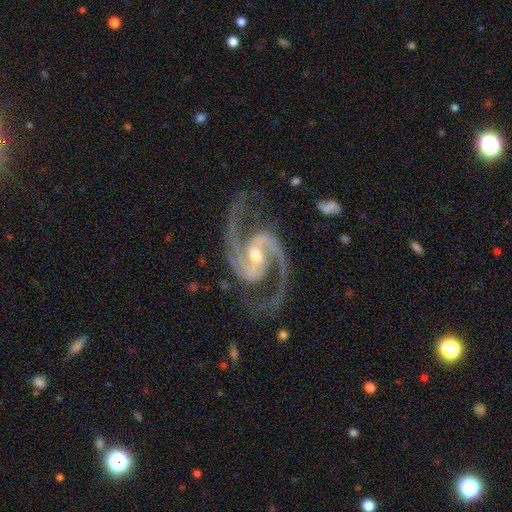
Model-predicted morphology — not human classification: Smooth or featured: featured or disk — 95% (star or artifact — 4%)
Edge-on disk: no — 98% (yes — 2%)
Bar: weak — 44% (strong — 28%)
Spiral arms: yes — 99% (no — 1%)
Spiral winding: medium — 69% (tight — 16%)
Spiral arm count: 2 — 92% (3 — 3%)
Bulge size: moderate — 63% (small — 32%)
Merging: none — 78% (minor disturbance — 14%)